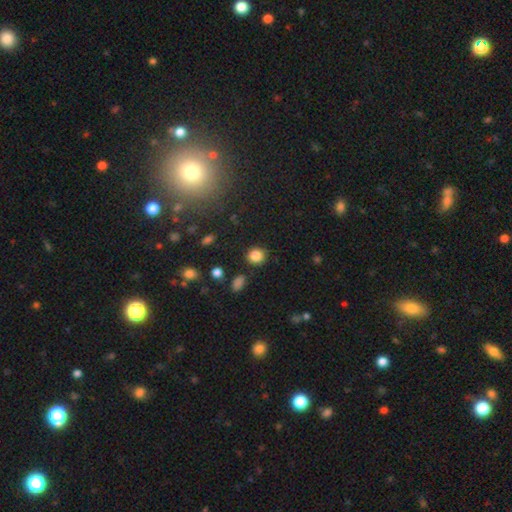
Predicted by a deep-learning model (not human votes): Morphology: type=smooth (84%); roundness=round (83%); merging=none (86%).